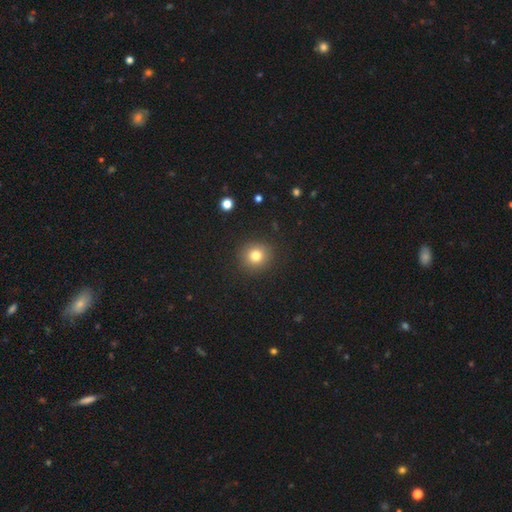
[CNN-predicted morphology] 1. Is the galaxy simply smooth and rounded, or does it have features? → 78% smooth, 14% star or artifact, 8% featured or disk.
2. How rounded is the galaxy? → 91% round, 8% in between, 1% cigar-shaped.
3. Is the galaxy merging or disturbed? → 90% none, 6% minor disturbance, 3% major disturbance, 1% merger.